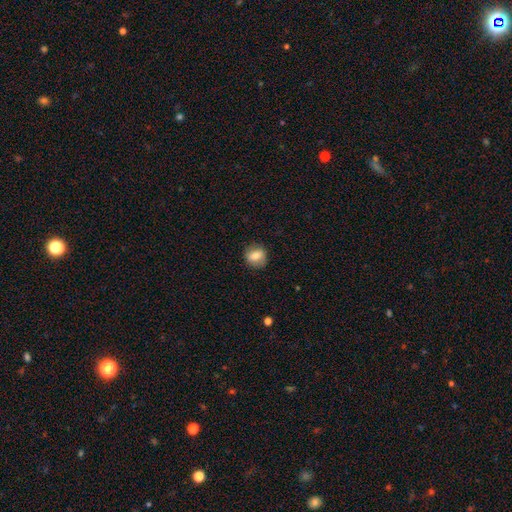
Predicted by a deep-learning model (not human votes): Smooth or featured? smooth (74%)
How rounded? round (72%)
Merging? none (84%)